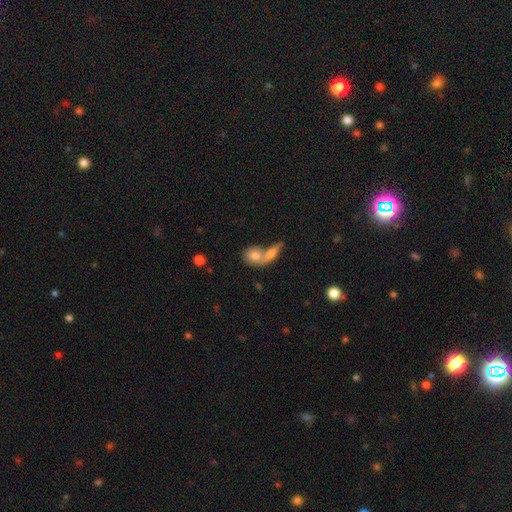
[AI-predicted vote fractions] Smooth or featured? Predicted: smooth (p=0.74). How rounded? Predicted: in between (p=0.55). Merging? Predicted: merger (p=0.59).